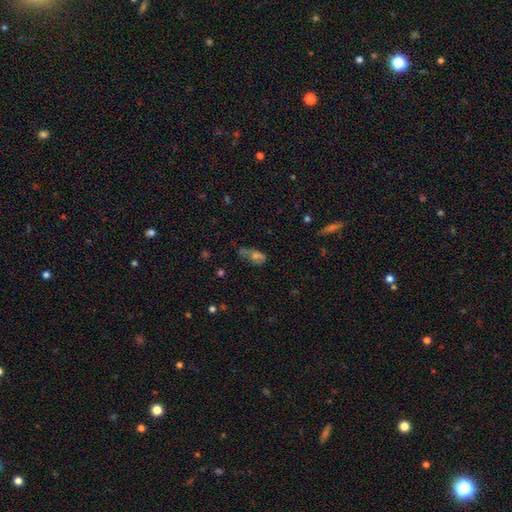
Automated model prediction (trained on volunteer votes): Smooth or featured? smooth (50%)
Merging? none (41%)